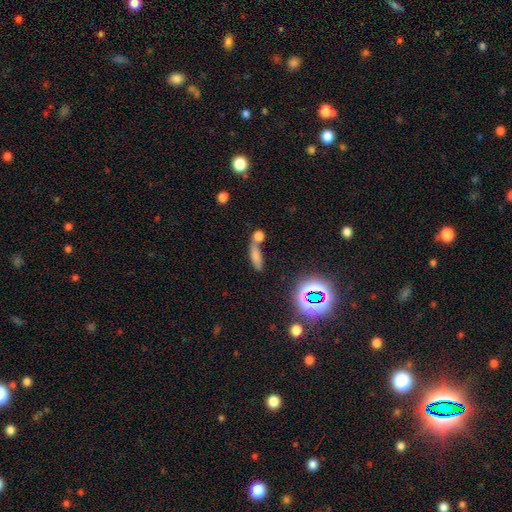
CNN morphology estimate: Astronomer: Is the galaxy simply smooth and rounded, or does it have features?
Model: smooth — 69%.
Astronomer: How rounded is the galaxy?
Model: cigar-shaped — 48% (runner-up: in between, 44%).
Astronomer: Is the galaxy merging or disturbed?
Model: none — 41%, tied with merger at 41%.